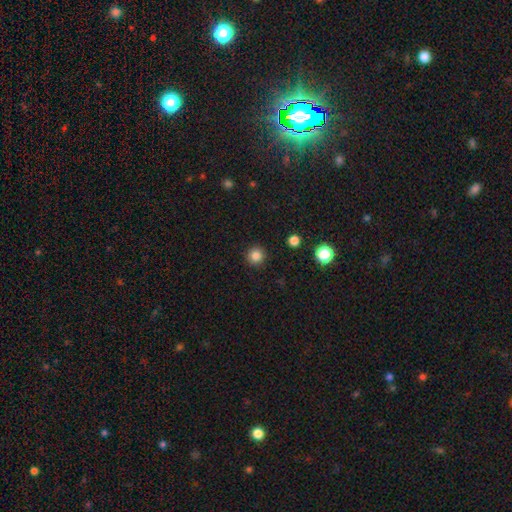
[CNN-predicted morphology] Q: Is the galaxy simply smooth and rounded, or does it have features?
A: smooth — 85%.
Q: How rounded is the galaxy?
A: round — 96%.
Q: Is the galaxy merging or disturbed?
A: none — 92%.